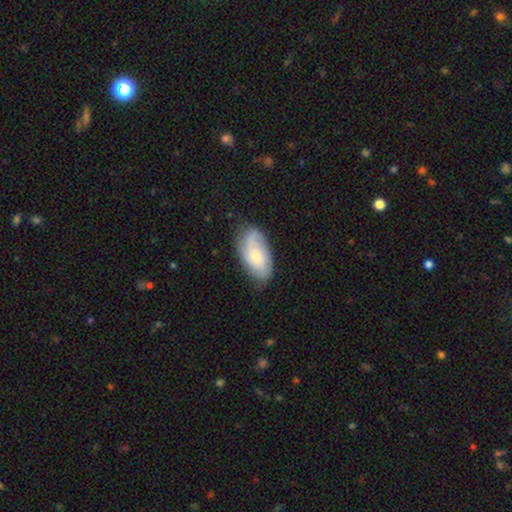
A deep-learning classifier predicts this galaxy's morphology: Smooth or featured? smooth (48%)
Merging? none (71%)